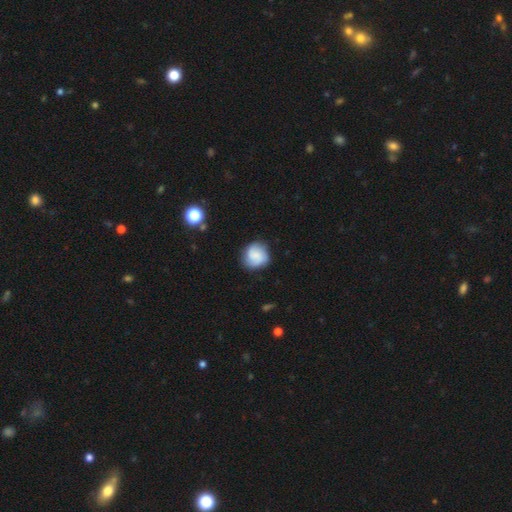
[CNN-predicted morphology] Smooth or featured: smooth — 59% (featured or disk — 33%)
How rounded: round — 83% (in between — 16%)
Merging: none — 76% (minor disturbance — 17%)